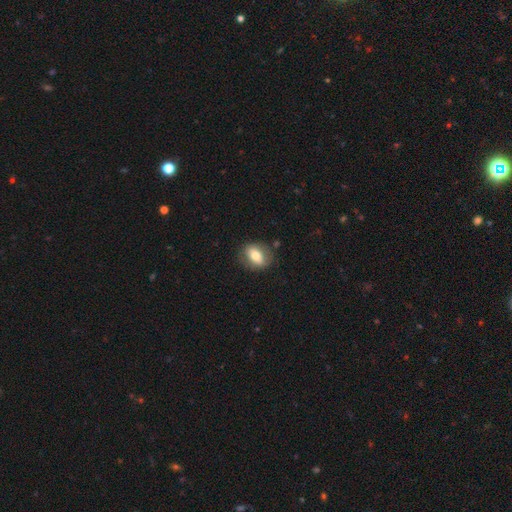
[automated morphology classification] A smooth galaxy with no disk features (64%) that is in between round and cigar-shaped (70%).

Vote fractions:
- Smooth or featured? smooth: 64% / featured or disk: 28% / star or artifact: 7%
- How rounded? in between: 70% / round: 27% / cigar-shaped: 3%
- Merging? none: 80% / minor disturbance: 14% / major disturbance: 4% / merger: 2%